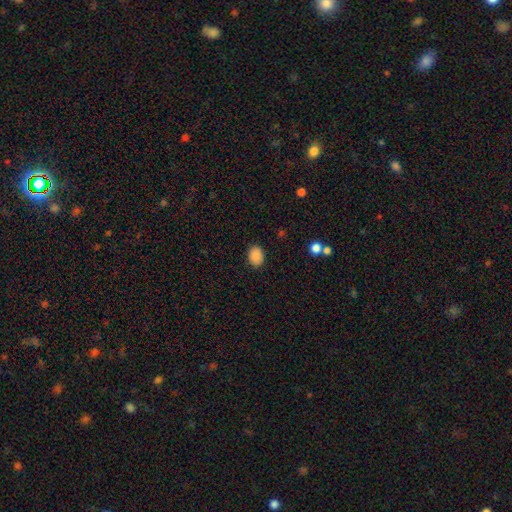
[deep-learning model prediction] Morphology: type=smooth (88%); roundness=in between (68%); merging=none (88%).